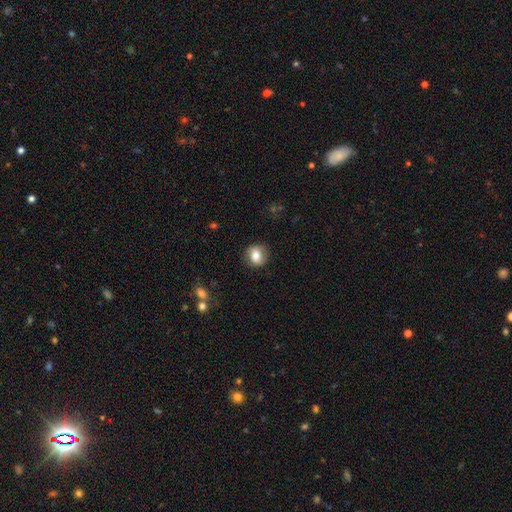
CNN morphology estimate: smooth 69%, featured or disk 22%, star or artifact 9%. Down the decision tree: how rounded — round (76%); merging — none (83%).